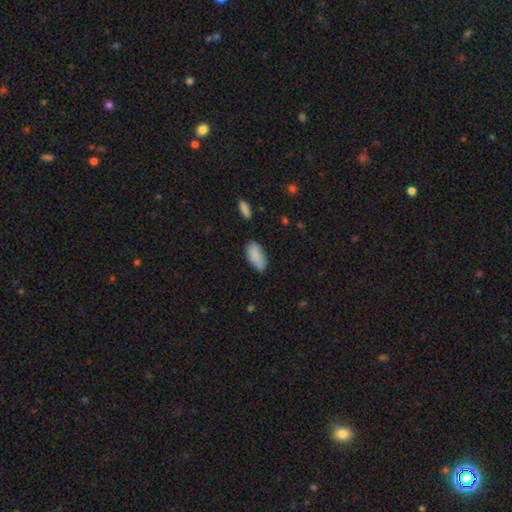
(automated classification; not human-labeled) Smooth or featured: smooth — 86% (featured or disk — 7%)
How rounded: in between — 90% (cigar-shaped — 8%)
Merging: none — 70% (minor disturbance — 22%)